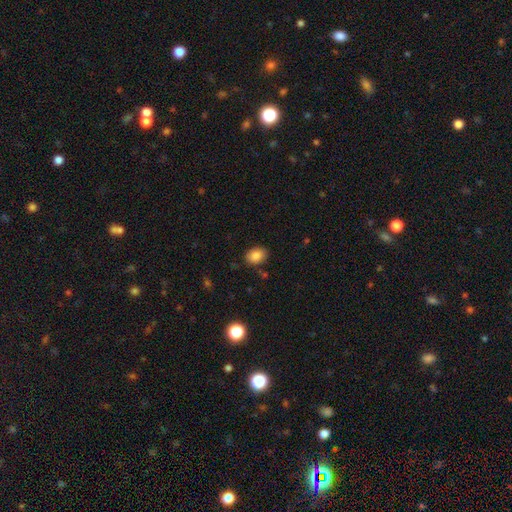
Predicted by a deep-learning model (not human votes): The model was most divided on "how rounded": in between: 70%, round: 29%, cigar-shaped: 1%. More confident: smooth or featured — smooth (85%); merging — none (84%).